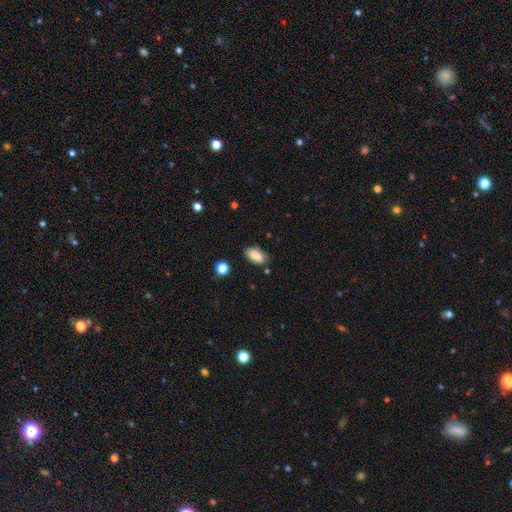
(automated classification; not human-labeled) A smooth galaxy with no disk features (81%) that is in between round and cigar-shaped (91%). Merging: none (76%).